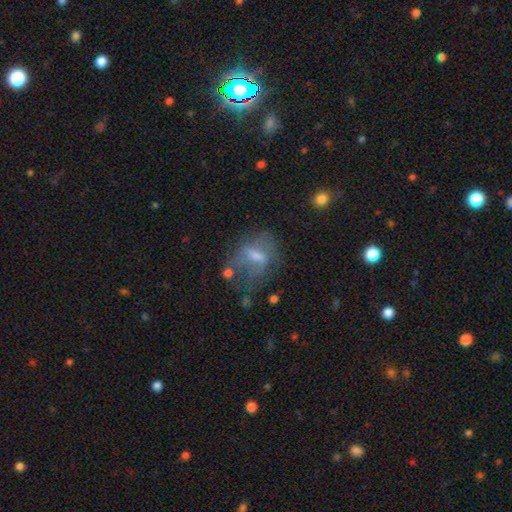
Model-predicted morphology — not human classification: Smooth or featured?
  - featured or disk: 50% *
  - smooth: 36%
  - star or artifact: 14%
Merging?
  - none: 46% *
  - major disturbance: 25%
  - minor disturbance: 23%
  - merger: 6%